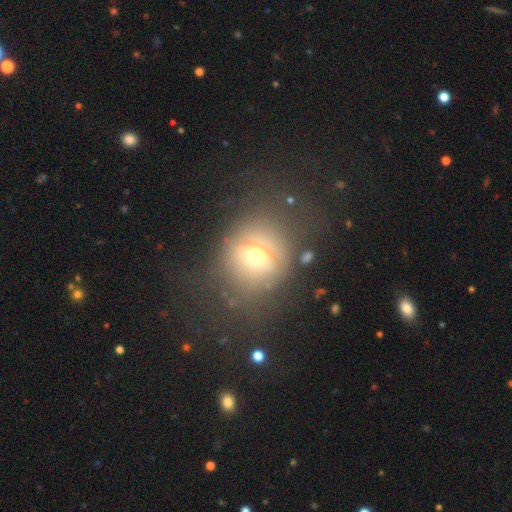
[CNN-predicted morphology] This is marginally a smooth galaxy (43%). Merging: possibly none (54%).